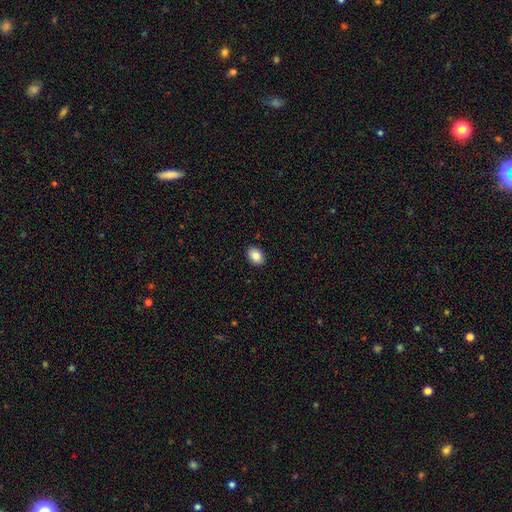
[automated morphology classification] The model was most divided on "how rounded": in between: 74%, round: 25%, cigar-shaped: 1%. More confident: merging — none (91%); smooth or featured — smooth (86%).